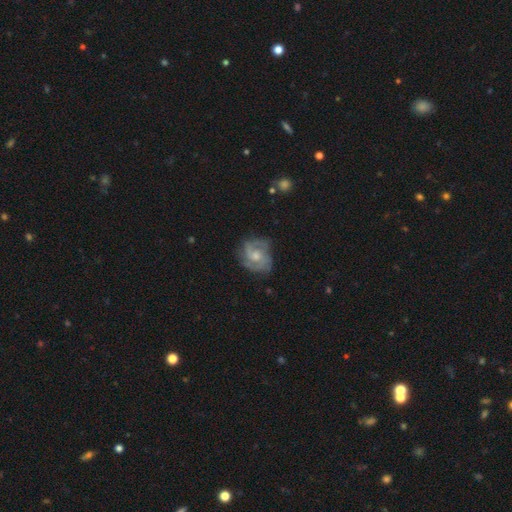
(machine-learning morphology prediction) A featured or disk galaxy (79%) with no bar (63%), 2 (46%) medium (46%) spiral arms (93%) and a moderate central bulge (55%).

Vote fractions:
- Smooth or featured? featured or disk: 79% / smooth: 16% / star or artifact: 6%
- Edge-on disk? no: 98% / yes: 2%
- Bar? no: 63% / weak: 32% / strong: 5%
- Spiral arms? yes: 93% / no: 7%
- Spiral winding? medium: 46% / tight: 41% / loose: 14%
- Spiral arm count? 2: 46% / 3: 24% / can't tell: 17% / 4: 4% / 1: 4% / more than 4: 3%
- Bulge size? moderate: 55% / small: 30% / large: 7% / none: 7% / dominant: 1%
- Merging? none: 68% / minor disturbance: 21% / major disturbance: 10% / merger: 2%